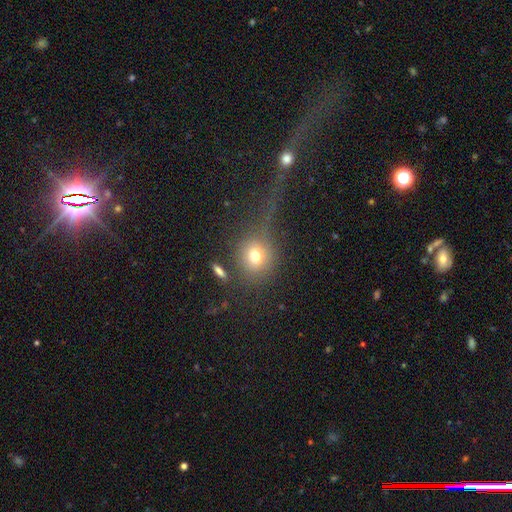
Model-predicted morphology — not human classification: A smooth galaxy with no disk features (72%) that is round (77%). Merging: none (52%).